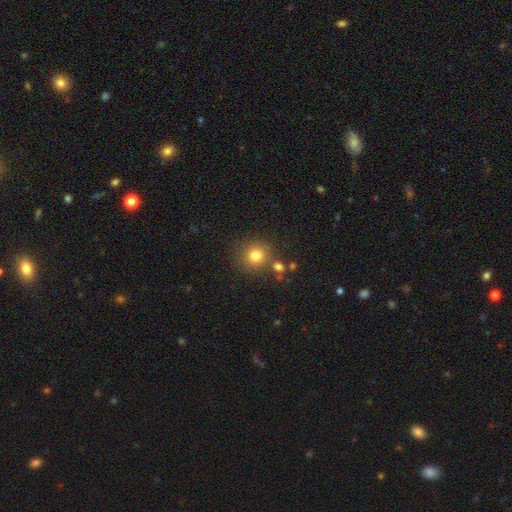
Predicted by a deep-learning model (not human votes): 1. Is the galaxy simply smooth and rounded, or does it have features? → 80% smooth, 13% star or artifact, 8% featured or disk.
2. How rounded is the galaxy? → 91% round, 8% in between, 1% cigar-shaped.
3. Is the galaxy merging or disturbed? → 77% none, 10% merger, 9% minor disturbance, 4% major disturbance.